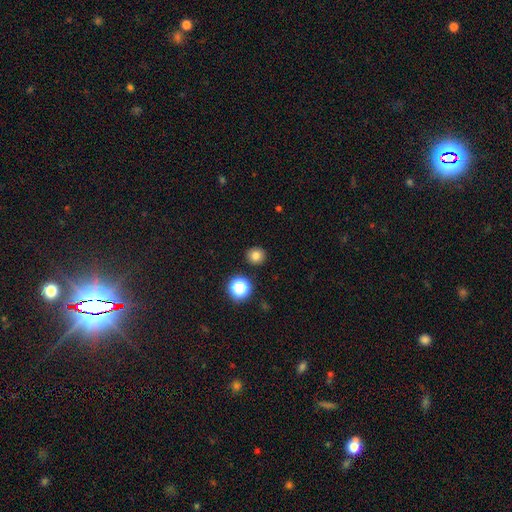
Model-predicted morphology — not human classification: Smooth or featured? smooth (78%)
How rounded? round (91%)
Merging? none (90%)